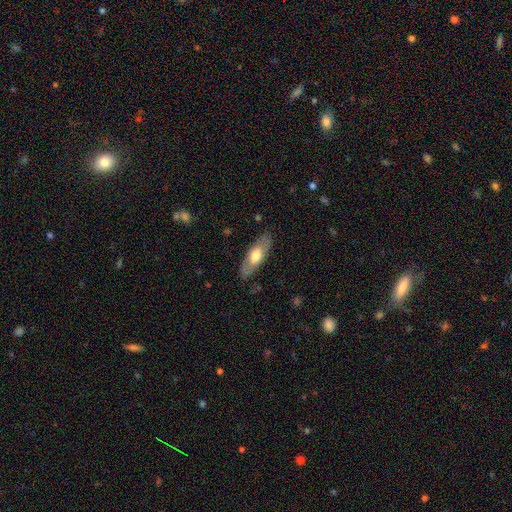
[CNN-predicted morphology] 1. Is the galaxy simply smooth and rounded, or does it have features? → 55% smooth, 40% featured or disk, 5% star or artifact.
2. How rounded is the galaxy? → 74% in between, 24% cigar-shaped, 3% round.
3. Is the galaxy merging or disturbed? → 83% none, 12% minor disturbance, 3% major disturbance, 1% merger.